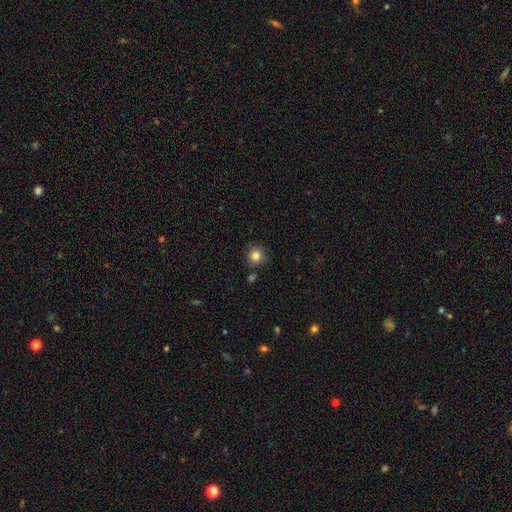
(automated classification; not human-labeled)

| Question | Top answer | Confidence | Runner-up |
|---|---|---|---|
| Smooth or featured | smooth | 85% | star or artifact (10%) |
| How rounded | round | 91% | in between (8%) |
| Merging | none | 81% | minor disturbance (11%) |